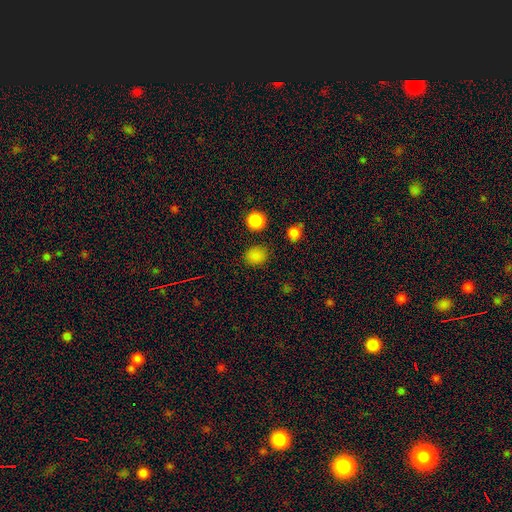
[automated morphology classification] Overall: smooth (81%). How rounded: round (64%; in between 35%). Merging: none (84%).